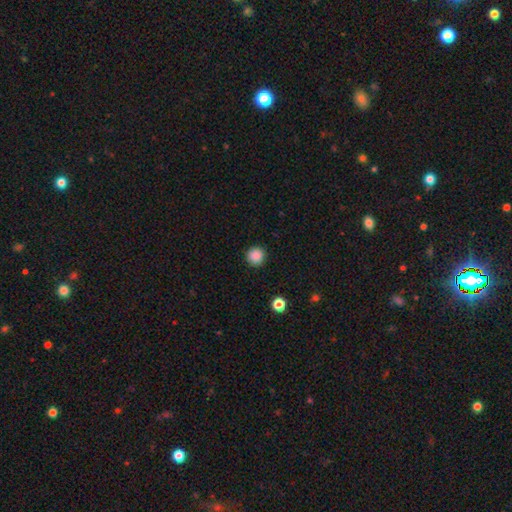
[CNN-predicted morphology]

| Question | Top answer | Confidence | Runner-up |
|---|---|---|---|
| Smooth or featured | smooth | 88% | star or artifact (10%) |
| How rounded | round | 95% | in between (4%) |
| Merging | none | 92% | minor disturbance (5%) |